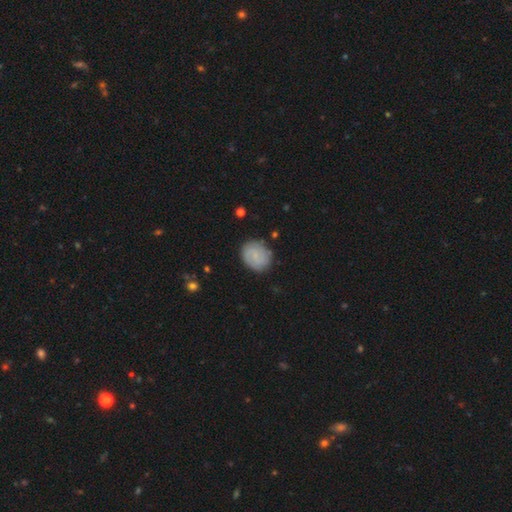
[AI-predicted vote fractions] smooth 66%, featured or disk 27%, star or artifact 8%. Down the decision tree: how rounded — round (70%); merging — none (82%).